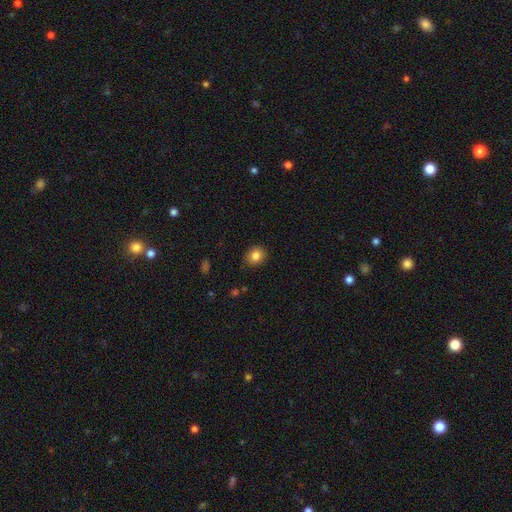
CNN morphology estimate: A smooth galaxy with no disk features (83%) that is round (76%).

Vote fractions:
- Smooth or featured? smooth: 83% / star or artifact: 10% / featured or disk: 7%
- How rounded? round: 76% / in between: 24% / cigar-shaped: 1%
- Merging? none: 89% / minor disturbance: 8% / major disturbance: 2% / merger: 1%